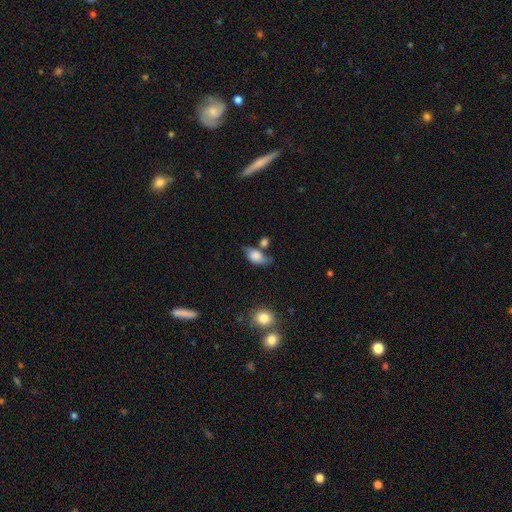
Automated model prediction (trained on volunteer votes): This is likely a smooth galaxy (66%). How rounded: clearly in between (85%). Merging: marginally none (37%).